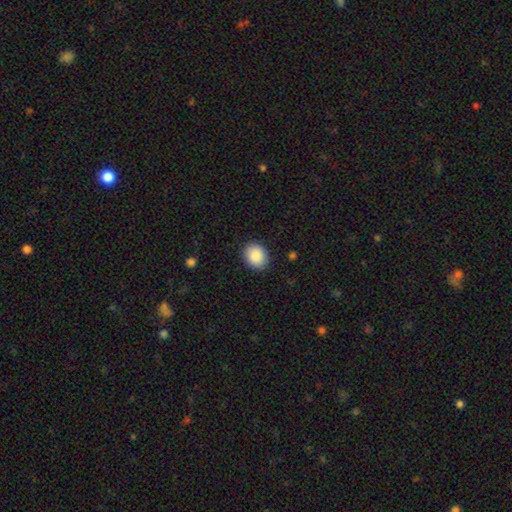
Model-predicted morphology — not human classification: A smooth galaxy with no disk features (88%) that is round (57%). Merging: none (89%).